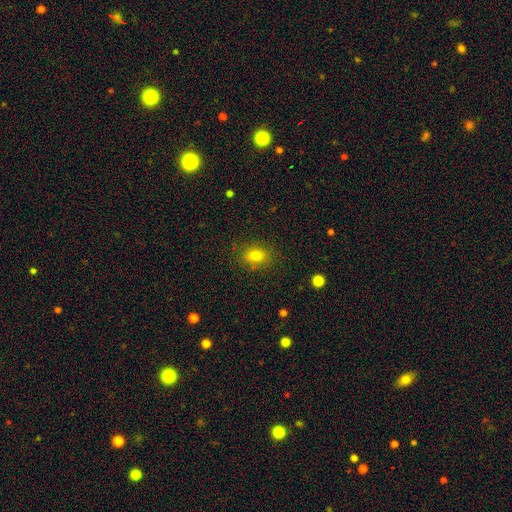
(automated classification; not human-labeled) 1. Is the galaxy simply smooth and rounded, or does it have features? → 79% smooth, 12% star or artifact, 8% featured or disk.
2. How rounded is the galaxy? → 52% in between, 47% round, 1% cigar-shaped.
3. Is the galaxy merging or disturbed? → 83% none, 12% minor disturbance, 4% major disturbance, 2% merger.